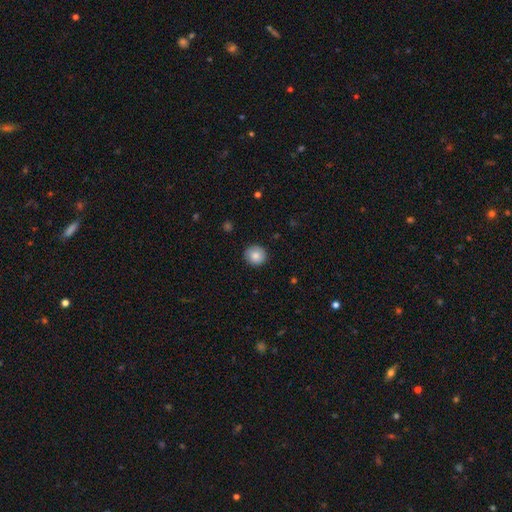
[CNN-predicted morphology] This appears to be a smooth galaxy with no disk features (85%) that is round (92%). Merging: none (90%).